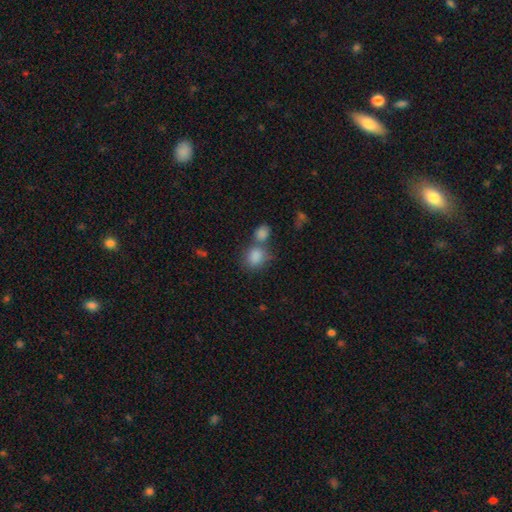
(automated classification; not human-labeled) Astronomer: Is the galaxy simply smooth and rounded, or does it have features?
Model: smooth — 84%.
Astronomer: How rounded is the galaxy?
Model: round — 63%.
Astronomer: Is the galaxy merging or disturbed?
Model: none — 44% (runner-up: merger, 39%).